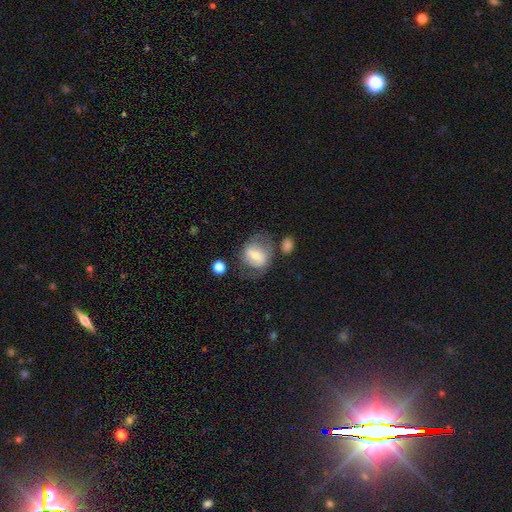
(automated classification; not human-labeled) This is possibly a featured or disk galaxy (46%, tied with smooth). Merging: possibly none (52%).